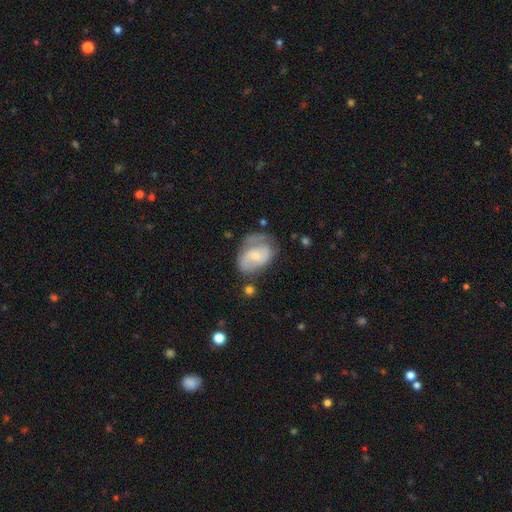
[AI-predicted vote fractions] featured or disk 57%, smooth 36%, star or artifact 7%. Down the decision tree: edge-on disk — no (97%); bar — no (53%); spiral arms — yes (76%); bulge size — small (59%); merging — none (44%).